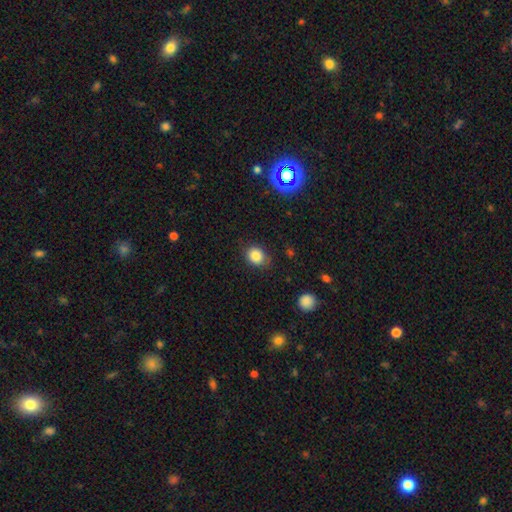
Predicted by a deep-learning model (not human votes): This appears to be a smooth galaxy with no disk features (84%) that is round (61%). Merging: none (78%).